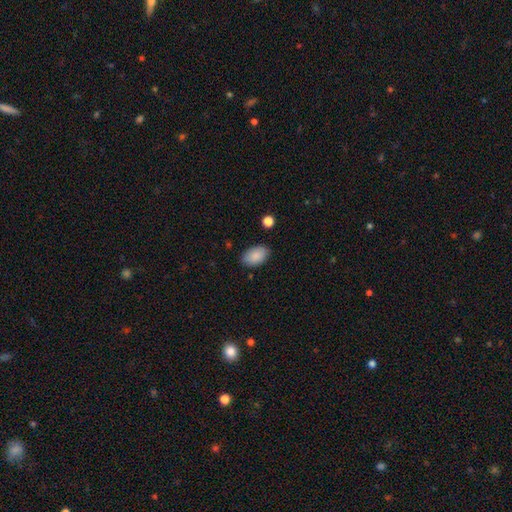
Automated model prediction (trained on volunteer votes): smooth 88%, star or artifact 7%, featured or disk 5%. Down the decision tree: how rounded — in between (93%); merging — none (84%).